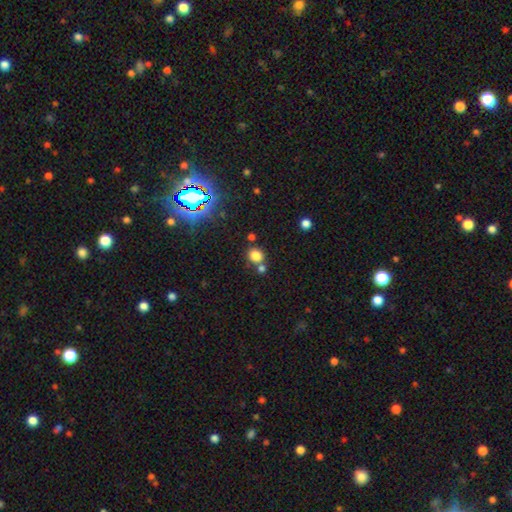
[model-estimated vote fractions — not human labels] Smooth or featured: smooth — 79% (star or artifact — 15%)
How rounded: round — 76% (in between — 23%)
Merging: none — 66% (merger — 20%)